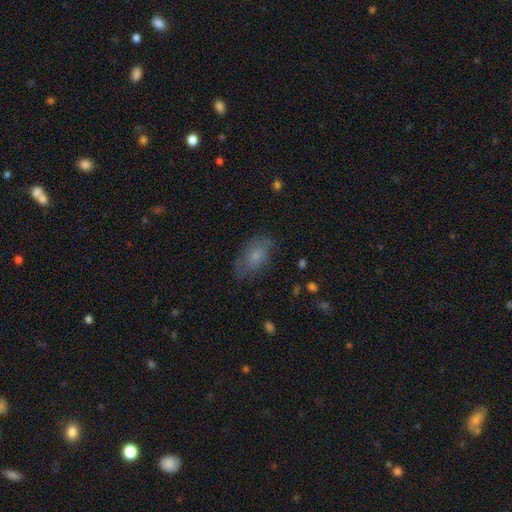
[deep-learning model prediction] smooth 54%, featured or disk 37%, star or artifact 10%. Down the decision tree: how rounded — in between (88%); merging — none (69%).